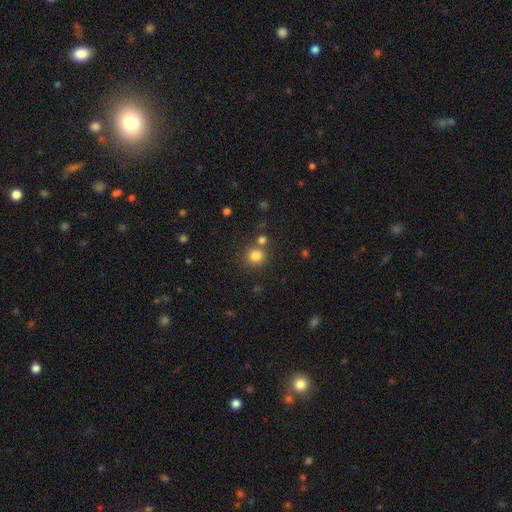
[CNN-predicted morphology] Smooth or featured? smooth (82%)
How rounded? round (87%)
Merging? none (69%)